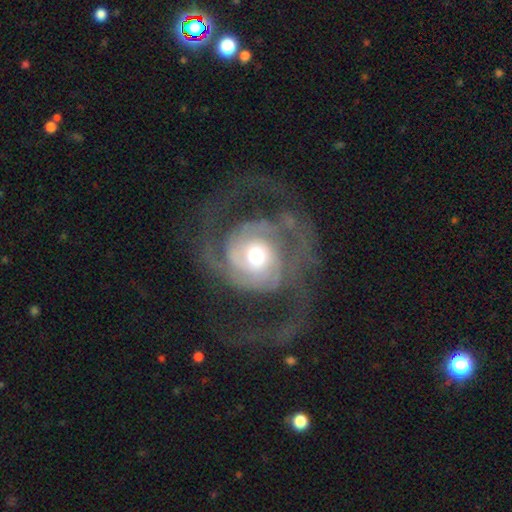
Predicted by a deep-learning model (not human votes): smooth-or-featured: featured or disk: 85% | smooth: 9% | star or artifact: 6%
  disk-edge-on: no: 97% | yes: 3%
    bar: no: 74% | weak: 20% | strong: 6%
    has-spiral-arms: yes: 94% | no: 6%
      spiral-winding: tight: 44% | medium: 38% | loose: 18%
      spiral-arm-count: 2: 44% | can't tell: 19% | 3: 17% | 1: 7% | 4: 7% | more than 4: 6%
    bulge-size: moderate: 68% | large: 15% | small: 14% | dominant: 2% | none: 1%
  merging: none: 51% | major disturbance: 31% | minor disturbance: 15% | merger: 2%